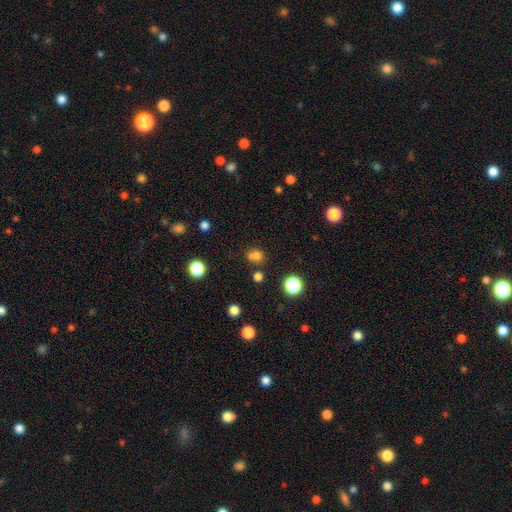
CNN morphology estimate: A smooth galaxy with no disk features (71%) that is round (73%). Merging: none (58%).